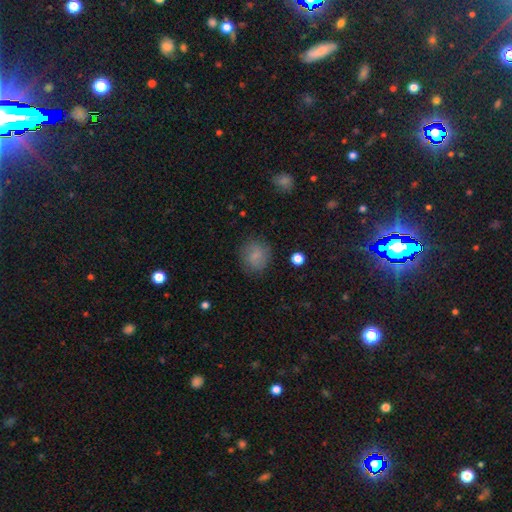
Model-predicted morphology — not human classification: Smooth or featured?
  - smooth: 79% *
  - featured or disk: 10%
  - star or artifact: 10%
How rounded?
  - round: 78% *
  - in between: 21%
  - cigar-shaped: 1%
Merging?
  - none: 80% *
  - minor disturbance: 14%
  - major disturbance: 5%
  - merger: 1%